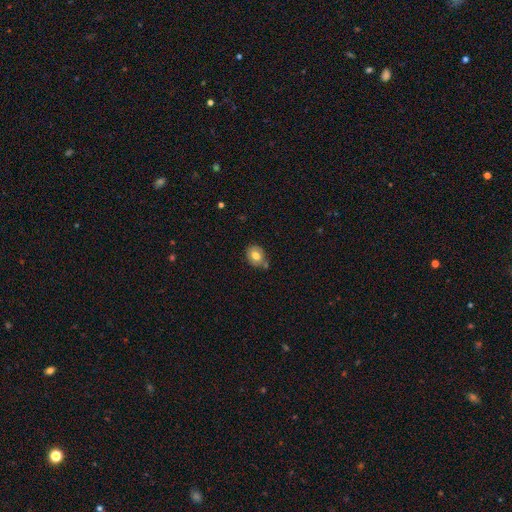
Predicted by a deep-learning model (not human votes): Morphology: type=smooth (70%); roundness=round (50%); merging=none (67%).